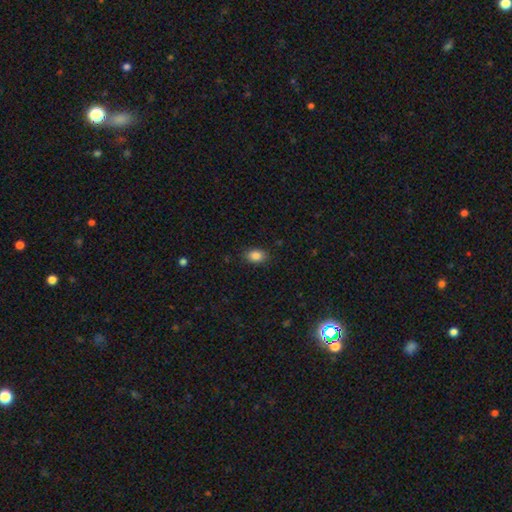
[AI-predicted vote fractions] Smooth or featured: smooth — 86% (star or artifact — 9%)
How rounded: in between — 78% (round — 21%)
Merging: none — 86% (minor disturbance — 10%)